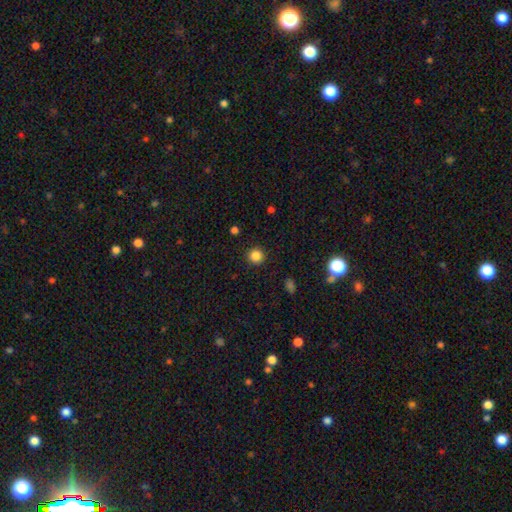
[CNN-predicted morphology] smooth 84%, star or artifact 12%, featured or disk 3%. Down the decision tree: how rounded — round (94%); merging — none (92%).